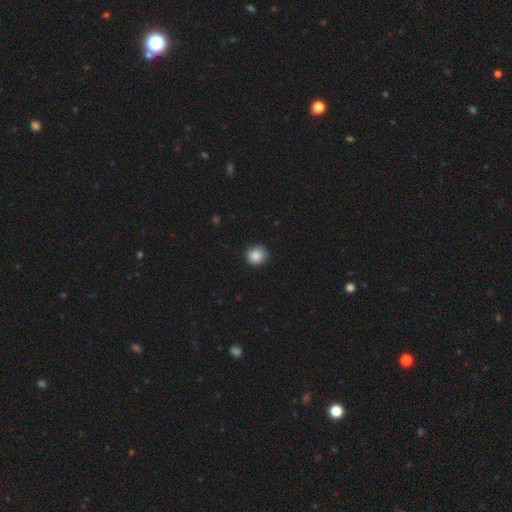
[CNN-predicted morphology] smooth_or_featured: smooth (p=0.87) [alt: star or artifact p=0.09]
how_rounded: round (p=0.85) [alt: in between p=0.14]
merging: none (p=0.79) [alt: minor disturbance p=0.17]